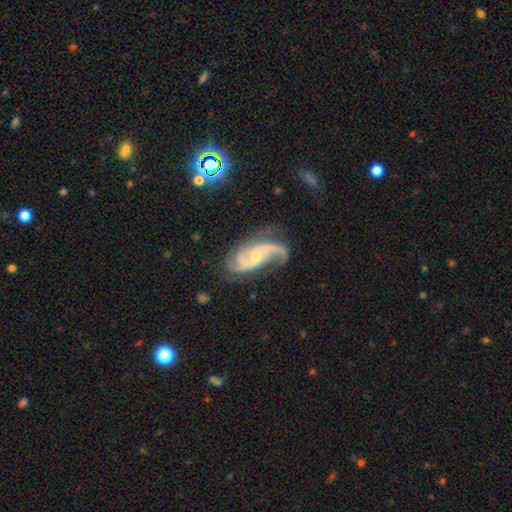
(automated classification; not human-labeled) Smooth or featured? Predicted: featured or disk (p=0.88). Edge-on disk? Predicted: no (p=0.96). Bar? Predicted: no (p=0.52). Spiral arms? Predicted: yes (p=0.97). Spiral winding? Predicted: medium (p=0.44). Spiral arm count? Predicted: 2 (p=0.55). Bulge size? Predicted: small (p=0.63). Merging? Predicted: none (p=0.58).